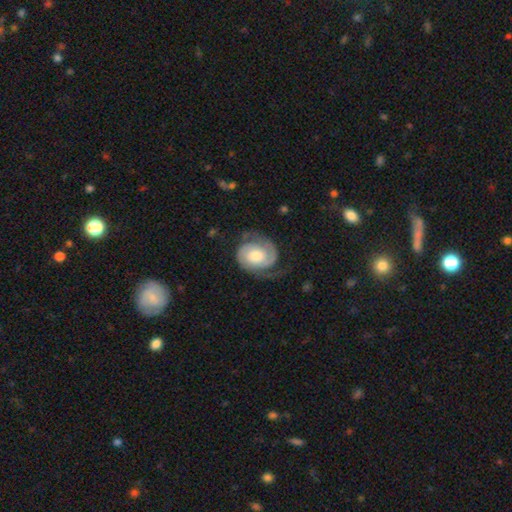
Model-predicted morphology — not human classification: Smooth or featured: featured or disk — 81% (smooth — 14%)
Edge-on disk: no — 98% (yes — 2%)
Bar: no — 66% (weak — 28%)
Spiral arms: yes — 96% (no — 4%)
Spiral winding: tight — 51% (medium — 36%)
Spiral arm count: 2 — 83% (1 — 8%)
Bulge size: moderate — 57% (large — 25%)
Merging: none — 65% (minor disturbance — 20%)